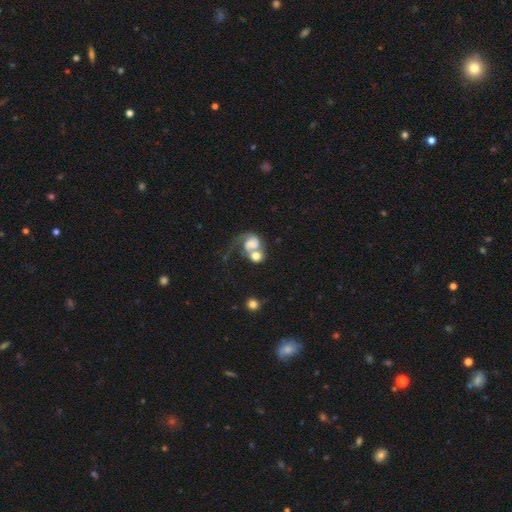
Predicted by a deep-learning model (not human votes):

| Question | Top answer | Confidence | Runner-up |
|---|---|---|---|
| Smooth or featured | featured or disk | 45% | tied: smooth (45%) |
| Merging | merger | 58% | major disturbance (20%) |